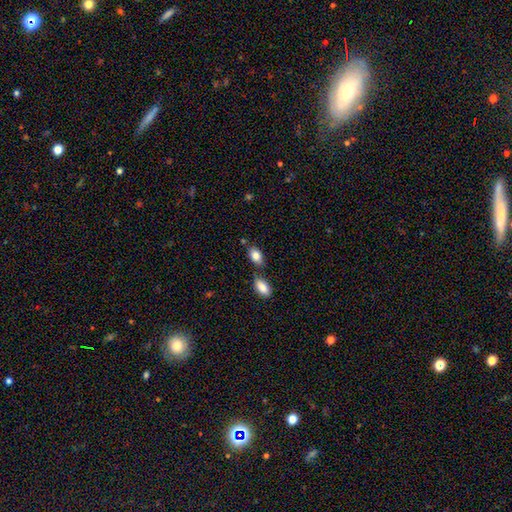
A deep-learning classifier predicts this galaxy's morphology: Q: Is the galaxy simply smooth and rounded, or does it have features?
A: smooth — 84%.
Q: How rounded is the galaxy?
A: in between — 88%.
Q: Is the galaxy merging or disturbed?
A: none — 62%.